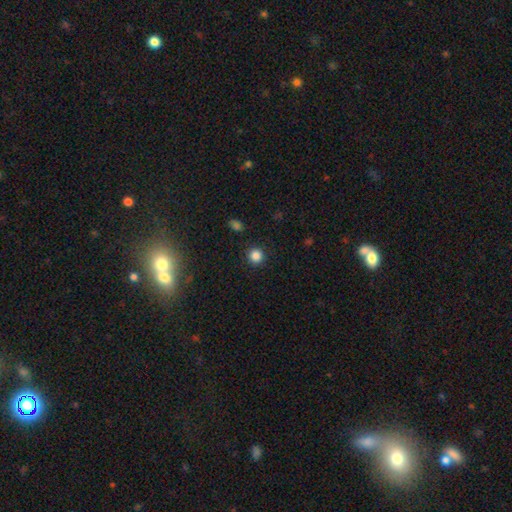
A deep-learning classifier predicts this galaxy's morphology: Q: Smooth or featured?
A: smooth (85%); runner-up: star or artifact (12%)
Q: How rounded?
A: round (94%); runner-up: in between (5%)
Q: Merging?
A: none (91%); runner-up: minor disturbance (5%)